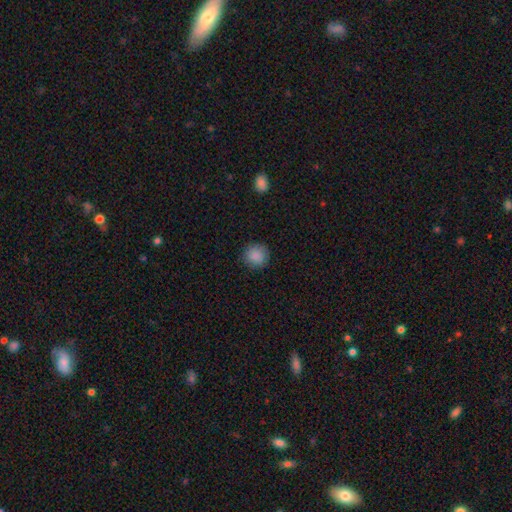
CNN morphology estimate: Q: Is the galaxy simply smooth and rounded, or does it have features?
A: smooth — 88%.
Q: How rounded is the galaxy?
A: round — 92%.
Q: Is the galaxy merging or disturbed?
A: none — 89%.